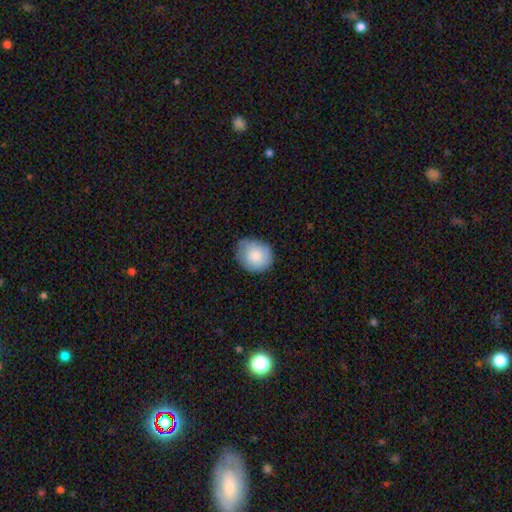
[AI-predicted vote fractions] smooth_or_featured: smooth (p=0.84) [alt: featured or disk p=0.10]
how_rounded: round (p=0.67) [alt: in between p=0.32]
merging: none (p=0.72) [alt: minor disturbance p=0.23]